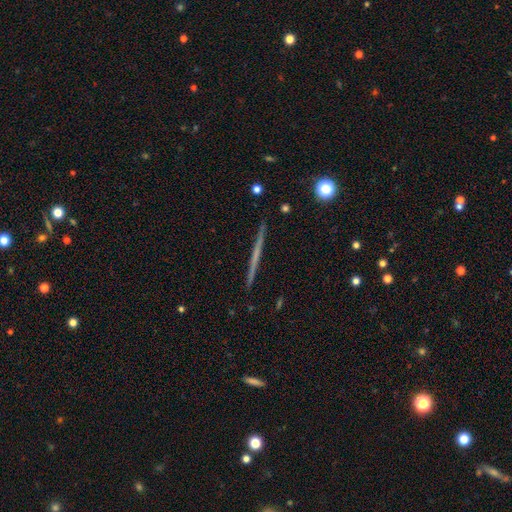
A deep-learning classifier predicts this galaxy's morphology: A featured or disk galaxy (63%) viewed edge-on (98%) with no central bulge (84%).

Vote fractions:
- Smooth or featured? featured or disk: 63% / smooth: 30% / star or artifact: 7%
- Edge-on disk? yes: 98% / no: 2%
- Edge-on bulge? none: 84% / rounded: 12% / boxy: 4%
- Merging? none: 93% / minor disturbance: 5% / major disturbance: 1% / merger: 1%